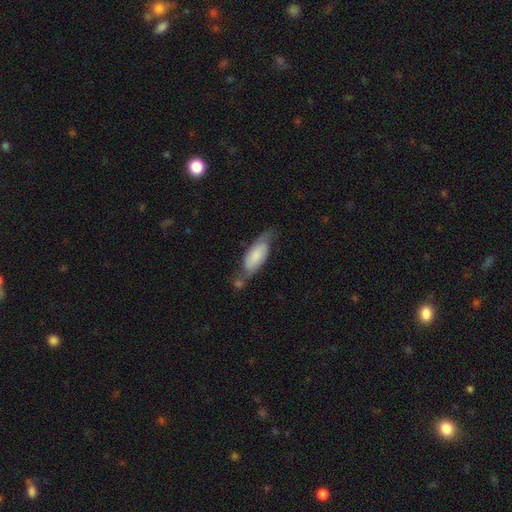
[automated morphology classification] type=smooth (64%); roundness=in between (74%); merging=none (47%).